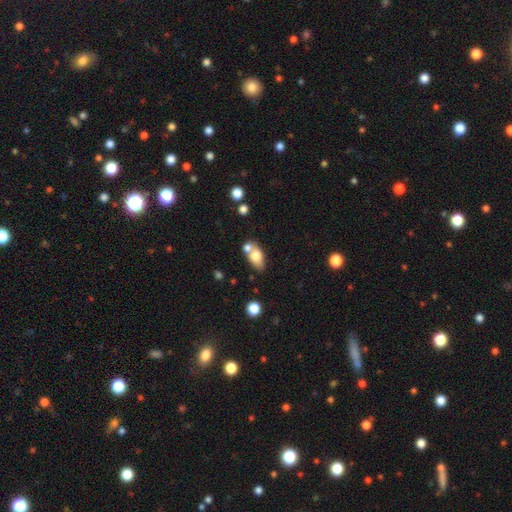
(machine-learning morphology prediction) Smooth or featured: smooth — 73% (featured or disk — 18%)
How rounded: in between — 84% (round — 12%)
Merging: none — 47% (merger — 36%)